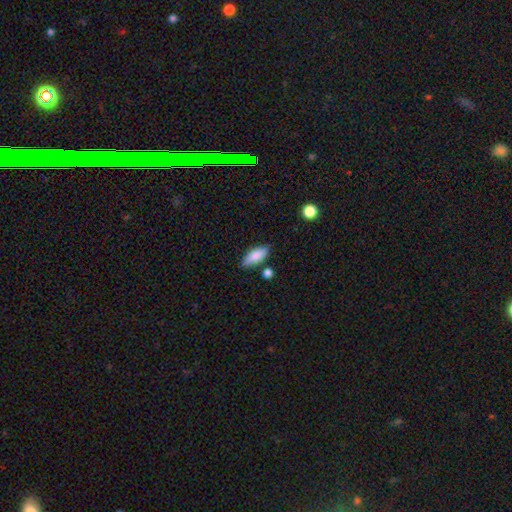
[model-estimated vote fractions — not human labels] Overall: smooth (80%). How rounded: in between (78%). Merging: none (73%).